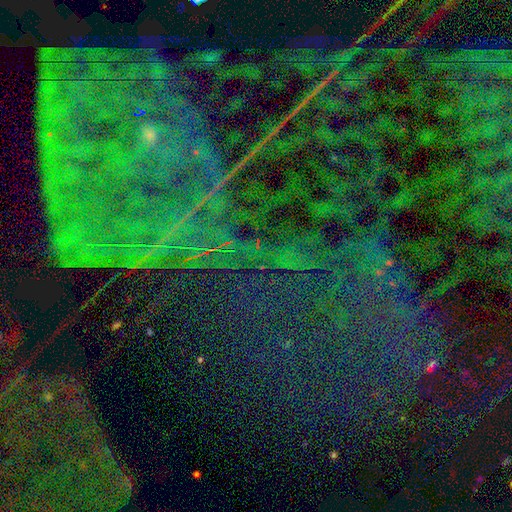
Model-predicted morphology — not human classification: star or artifact 82%, featured or disk 10%, smooth 8%.